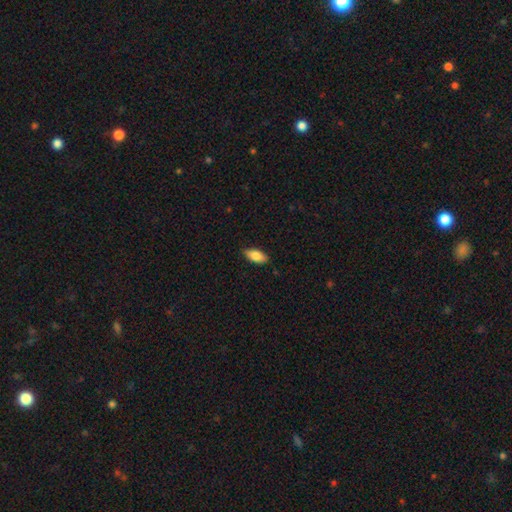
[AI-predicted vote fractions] Smooth or featured? Predicted: smooth (p=0.83). How rounded? Predicted: in between (p=0.89). Merging? Predicted: none (p=0.85).